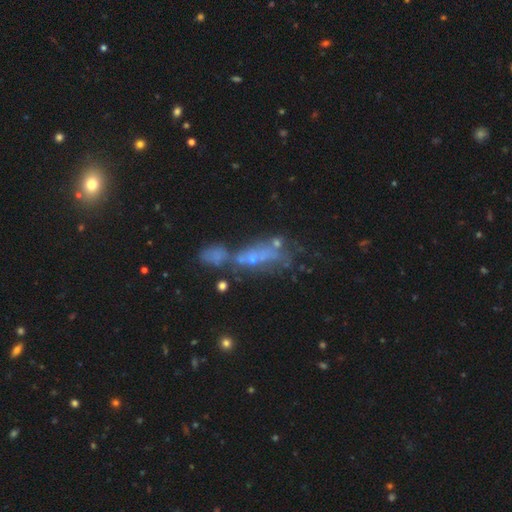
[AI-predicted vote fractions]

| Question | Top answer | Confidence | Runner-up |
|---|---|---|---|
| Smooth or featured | featured or disk | 48% | smooth (27%) |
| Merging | merger | 41% | none (27%) |